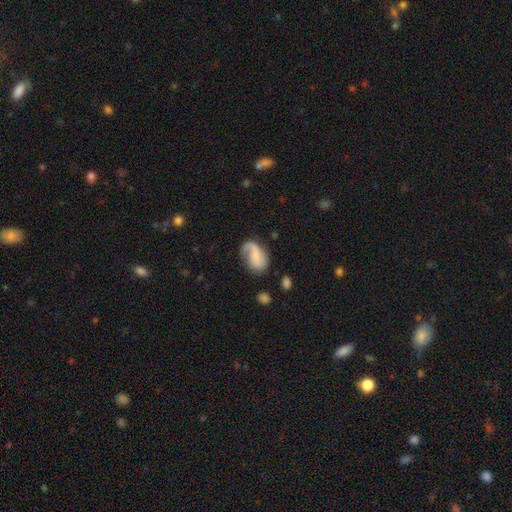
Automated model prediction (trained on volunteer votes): The model was most divided on "bulge size": none: 40%, small: 39%, moderate: 15%, large: 4%, dominant: 2%. Remaining: edge-on disk — no (97%); spiral arms — yes (88%); bar — no (58%); smooth or featured — featured or disk (57%); merging — none (46%).